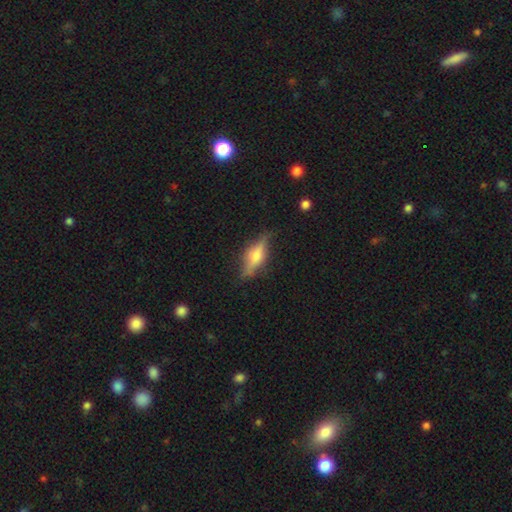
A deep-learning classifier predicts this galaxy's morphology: This is likely a featured or disk galaxy (67%). It is clearly viewed edge-on (93%). Edge-on bulge: clearly rounded (88%). Merging: clearly none (80%).